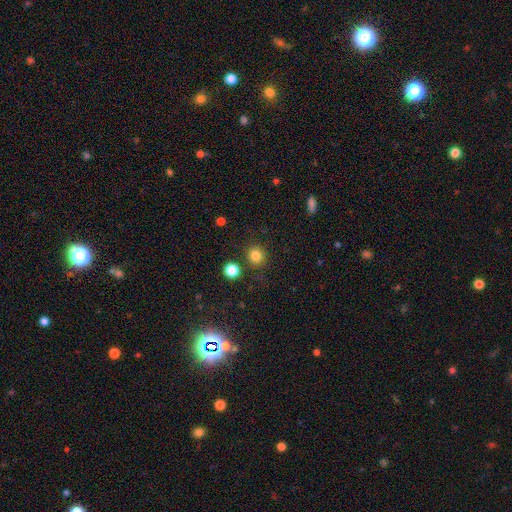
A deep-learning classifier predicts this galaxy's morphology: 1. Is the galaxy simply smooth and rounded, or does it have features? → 83% smooth, 13% star or artifact, 5% featured or disk.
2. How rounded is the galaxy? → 91% round, 8% in between, 1% cigar-shaped.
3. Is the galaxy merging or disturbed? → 84% none, 8% minor disturbance, 5% merger, 3% major disturbance.